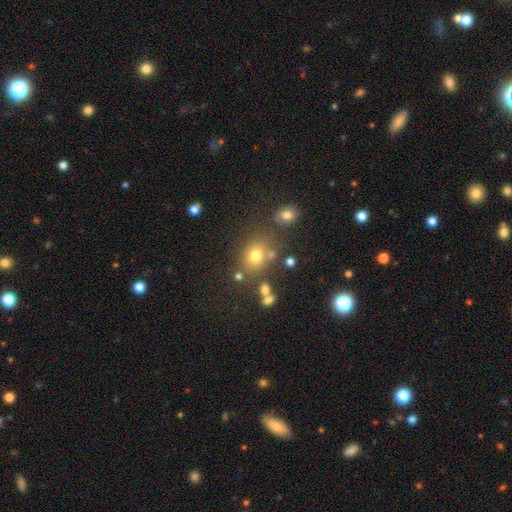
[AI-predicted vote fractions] Smooth or featured?
  - smooth: 70% *
  - star or artifact: 19%
  - featured or disk: 11%
How rounded?
  - round: 56% *
  - in between: 42%
  - cigar-shaped: 1%
Merging?
  - none: 68% *
  - minor disturbance: 13%
  - merger: 13%
  - major disturbance: 6%